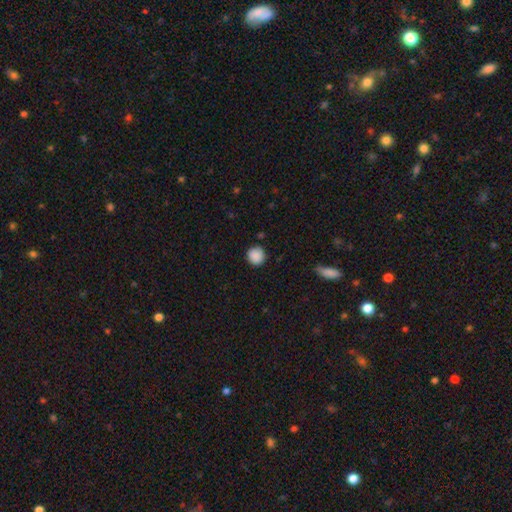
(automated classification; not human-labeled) Smooth or featured?
  - smooth: 88% *
  - star or artifact: 9%
  - featured or disk: 3%
How rounded?
  - round: 93% *
  - in between: 6%
  - cigar-shaped: 1%
Merging?
  - none: 87% *
  - minor disturbance: 9%
  - major disturbance: 2%
  - merger: 2%